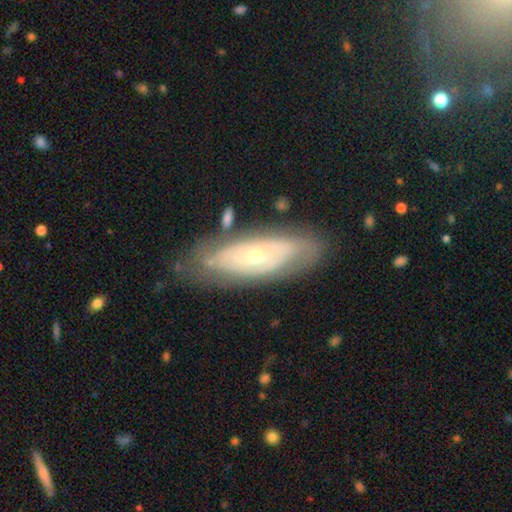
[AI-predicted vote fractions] Smooth or featured?
  - featured or disk: 72% *
  - smooth: 23%
  - star or artifact: 6%
Edge-on disk?
  - no: 85% *
  - yes: 15%
Bar?
  - no: 83% *
  - weak: 13%
  - strong: 4%
Spiral arms?
  - yes: 60% *
  - no: 40%
Bulge size?
  - small: 58% *
  - moderate: 39%
  - large: 2%
  - none: 1%
  - dominant: 1%
Merging?
  - none: 73% *
  - minor disturbance: 18%
  - major disturbance: 6%
  - merger: 3%